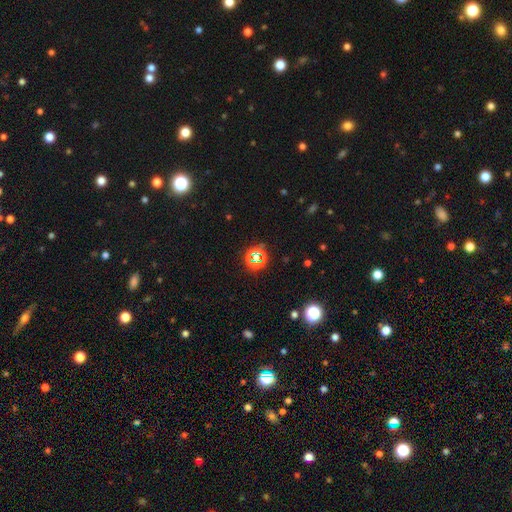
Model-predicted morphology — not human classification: smooth_or_featured: star or artifact (p=0.70) [alt: smooth p=0.21]